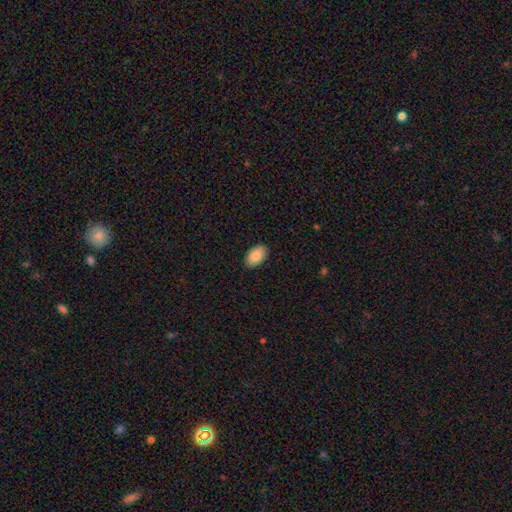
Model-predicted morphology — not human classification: Smooth or featured: smooth — 88% (star or artifact — 6%)
How rounded: in between — 93% (round — 6%)
Merging: none — 88% (minor disturbance — 9%)